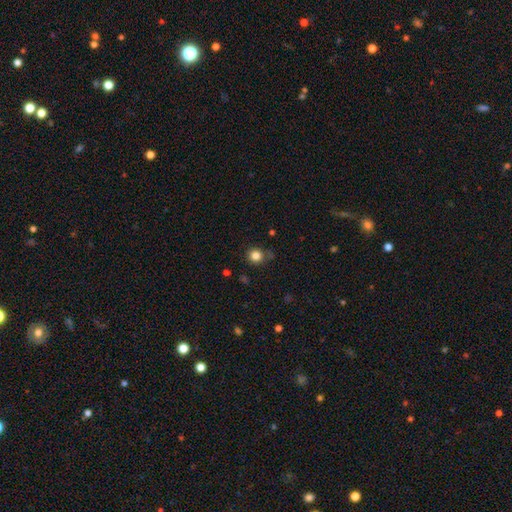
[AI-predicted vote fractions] Q: Smooth or featured?
A: smooth (83%); runner-up: star or artifact (12%)
Q: How rounded?
A: round (89%); runner-up: in between (10%)
Q: Merging?
A: none (80%); runner-up: minor disturbance (13%)